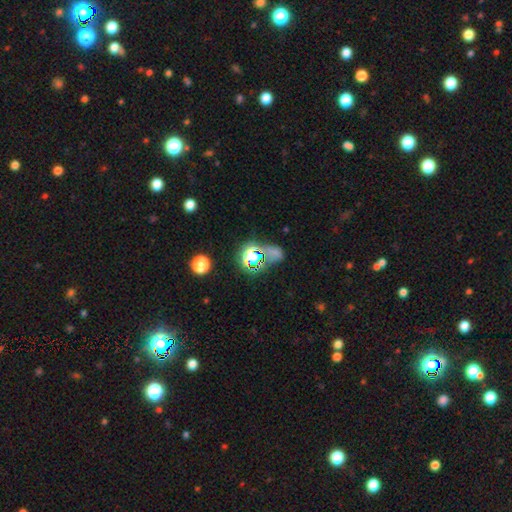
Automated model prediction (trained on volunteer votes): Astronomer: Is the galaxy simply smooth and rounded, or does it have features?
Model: star or artifact — 55% (runner-up: smooth, 34%).